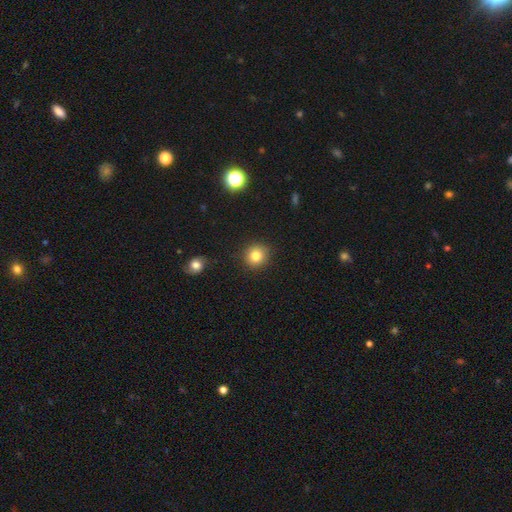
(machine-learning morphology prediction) smooth 81%, star or artifact 12%, featured or disk 7%. Down the decision tree: how rounded — round (90%); merging — none (90%).